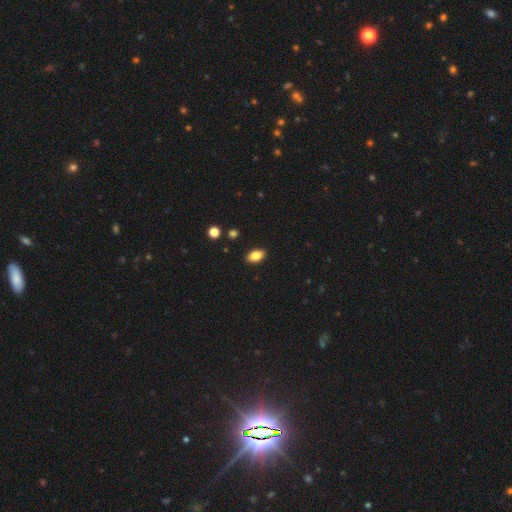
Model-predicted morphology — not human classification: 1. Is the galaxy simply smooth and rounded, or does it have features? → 85% smooth, 9% star or artifact, 7% featured or disk.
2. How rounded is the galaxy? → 90% in between, 8% round, 2% cigar-shaped.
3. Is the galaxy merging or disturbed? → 90% none, 7% minor disturbance, 2% major disturbance, 1% merger.